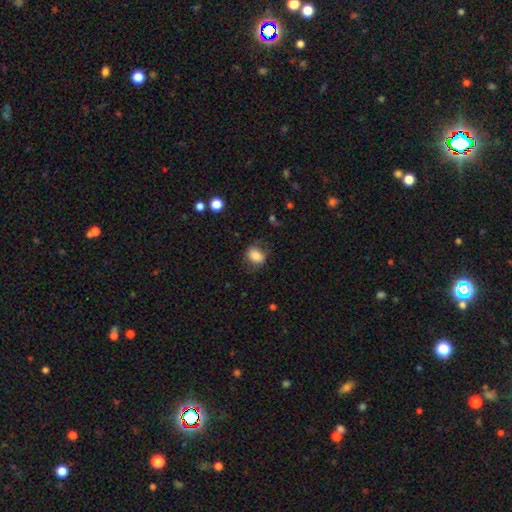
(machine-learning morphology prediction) Smooth or featured? Predicted: smooth (p=0.81). How rounded? Predicted: in between (p=0.63). Merging? Predicted: none (p=0.65).